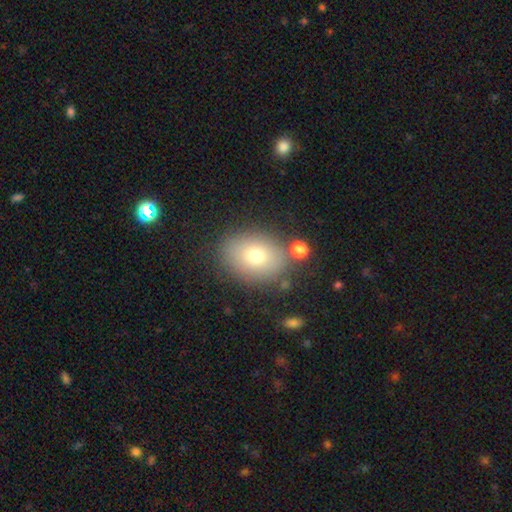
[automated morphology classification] smooth 72%, featured or disk 16%, star or artifact 12%. Down the decision tree: how rounded — in between (61%); merging — none (80%).